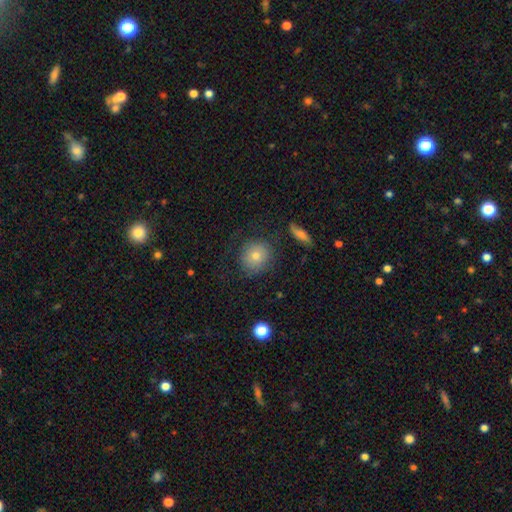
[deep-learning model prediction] smooth-or-featured: smooth: 71% | featured or disk: 17% | star or artifact: 12%
  how-rounded: round: 85% | in between: 14% | cigar-shaped: 1%
  merging: none: 78% | minor disturbance: 14% | major disturbance: 6% | merger: 2%